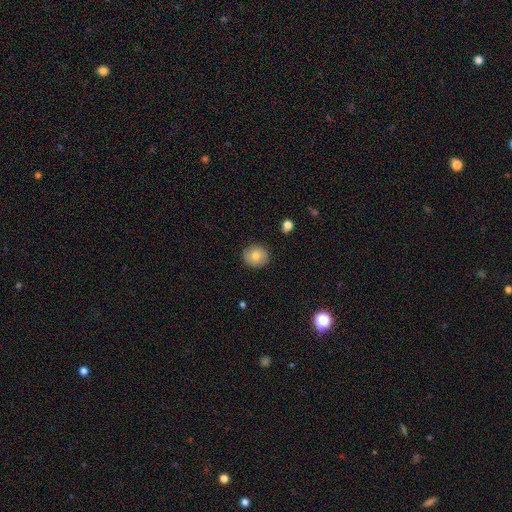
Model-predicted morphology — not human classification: Smooth or featured?
  - smooth: 77% *
  - featured or disk: 14%
  - star or artifact: 9%
How rounded?
  - round: 84% *
  - in between: 15%
  - cigar-shaped: 1%
Merging?
  - none: 89% *
  - minor disturbance: 8%
  - major disturbance: 2%
  - merger: 1%